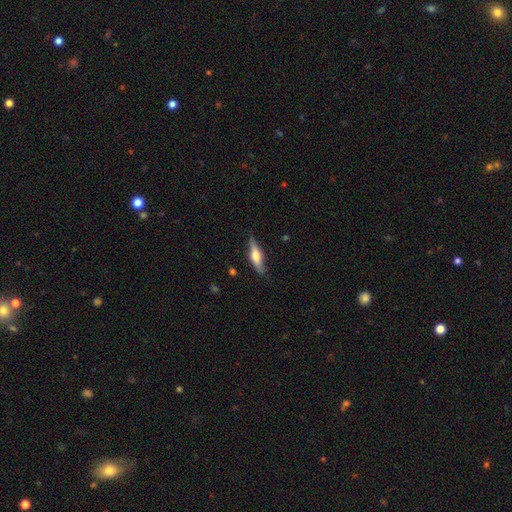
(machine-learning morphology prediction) type=featured or disk (52%); edge-on=yes (92%); merging=none (80%).